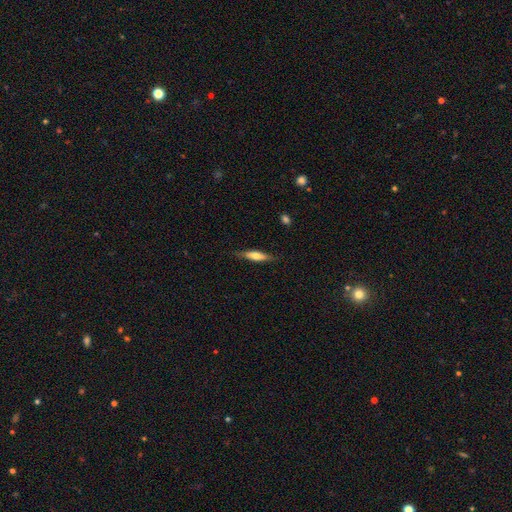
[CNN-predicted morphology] Smooth or featured? smooth (52%)
How rounded? cigar-shaped (70%)
Merging? none (81%)